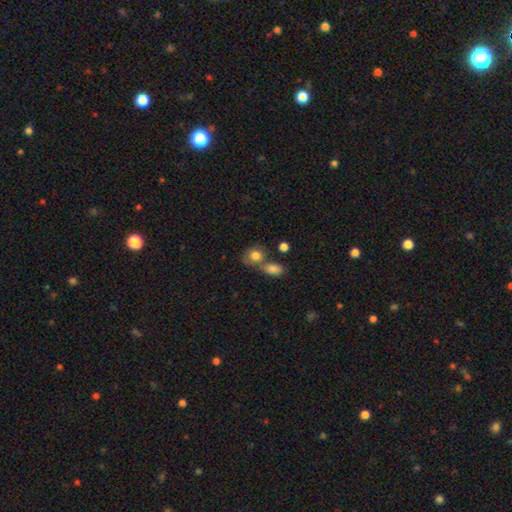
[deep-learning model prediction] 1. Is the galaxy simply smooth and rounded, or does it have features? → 81% smooth, 11% featured or disk, 9% star or artifact.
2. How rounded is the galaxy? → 51% round, 47% in between, 2% cigar-shaped.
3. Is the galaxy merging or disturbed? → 41% none, 39% merger, 14% minor disturbance, 6% major disturbance.